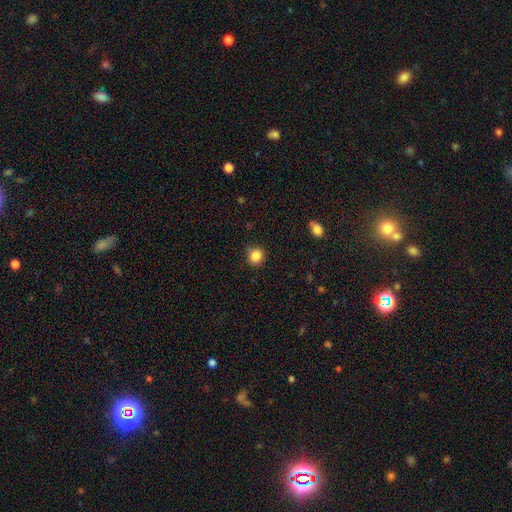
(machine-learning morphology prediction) This appears to be a smooth galaxy with no disk features (84%) that is round (82%). Merging: none (78%).